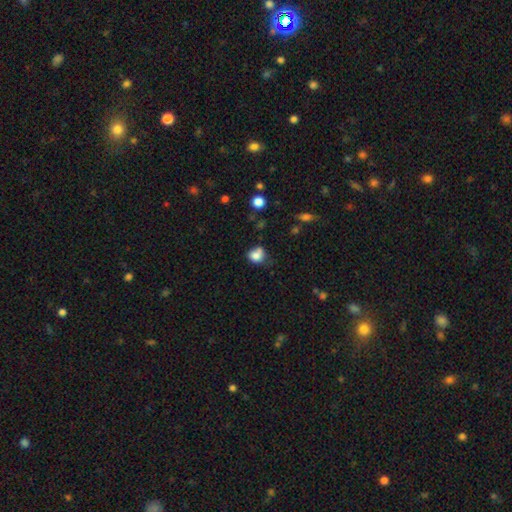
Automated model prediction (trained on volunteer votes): Smooth or featured?
  - smooth: 79% *
  - star or artifact: 12%
  - featured or disk: 10%
How rounded?
  - round: 63% *
  - in between: 36%
  - cigar-shaped: 1%
Merging?
  - none: 42% *
  - minor disturbance: 28%
  - merger: 18%
  - major disturbance: 12%